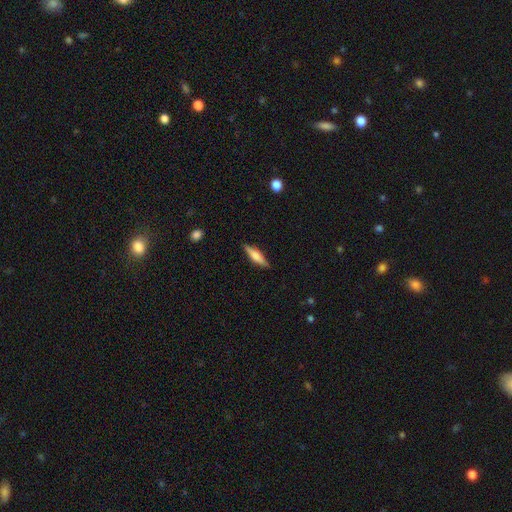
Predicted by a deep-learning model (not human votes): This is possibly a smooth galaxy (52%). How rounded: likely cigar-shaped (74%). Merging: clearly none (87%).